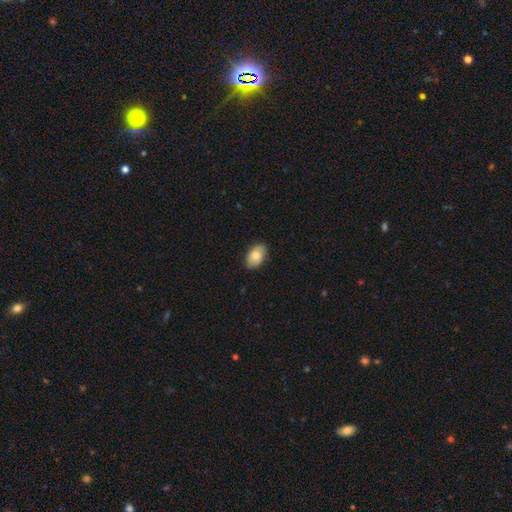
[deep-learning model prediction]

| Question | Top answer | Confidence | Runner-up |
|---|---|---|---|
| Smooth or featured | smooth | 78% | featured or disk (15%) |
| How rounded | in between | 91% | round (8%) |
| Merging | none | 86% | minor disturbance (11%) |